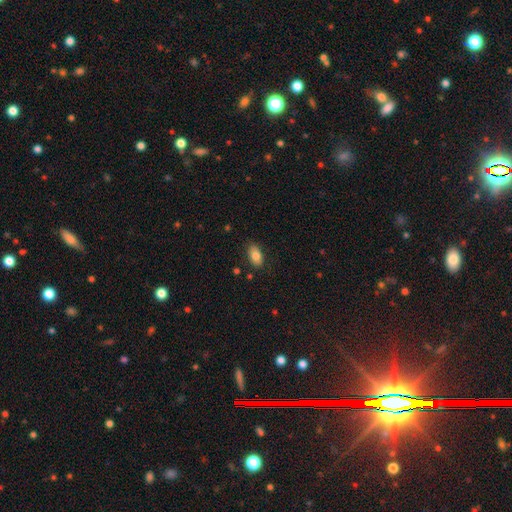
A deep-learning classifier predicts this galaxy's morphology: Smooth or featured? Predicted: smooth (p=0.82). How rounded? Predicted: in between (p=0.91). Merging? Predicted: none (p=0.85).